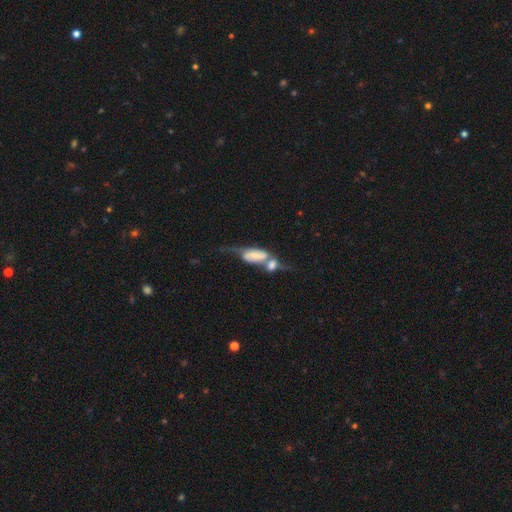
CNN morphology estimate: The model was most divided on "smooth or featured": smooth: 47%, featured or disk: 45%, star or artifact: 8%. More confident: merging — merger (65%).